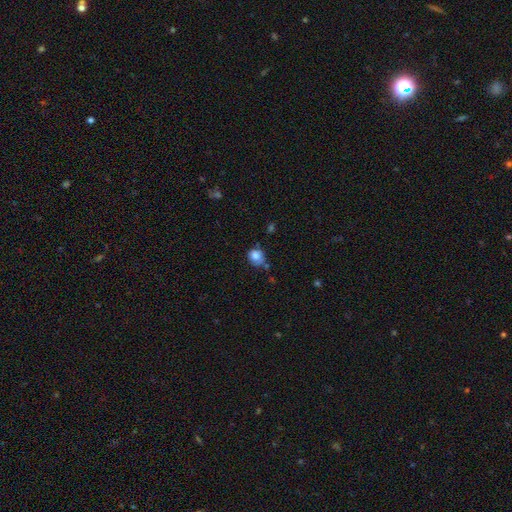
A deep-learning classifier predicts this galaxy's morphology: smooth-or-featured: smooth: 80% | featured or disk: 11% | star or artifact: 10%
  how-rounded: round: 70% | in between: 29% | cigar-shaped: 1%
  merging: none: 55% | minor disturbance: 28% | merger: 9% | major disturbance: 8%